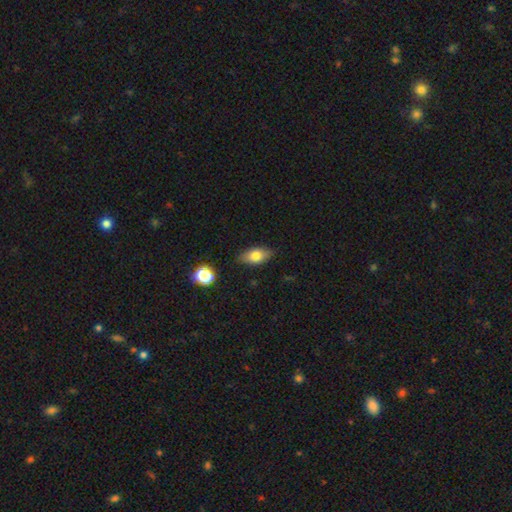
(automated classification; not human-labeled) Smooth or featured?
  - smooth: 75% *
  - featured or disk: 17%
  - star or artifact: 8%
How rounded?
  - in between: 86% *
  - cigar-shaped: 7%
  - round: 7%
Merging?
  - none: 83% *
  - minor disturbance: 13%
  - major disturbance: 3%
  - merger: 2%